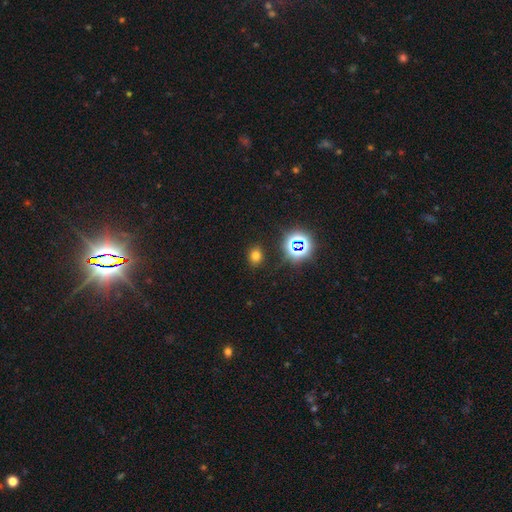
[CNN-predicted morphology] smooth 70%, star or artifact 23%, featured or disk 7%. Down the decision tree: how rounded — round (56%); merging — none (86%).